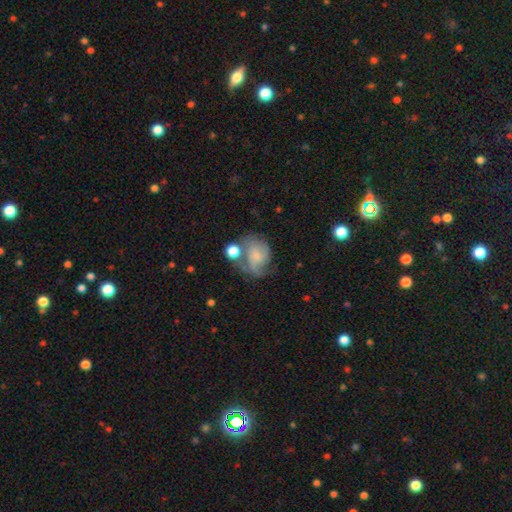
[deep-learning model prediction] This is likely a featured or disk galaxy (60%). It is clearly not viewed edge-on (98%). Bar: likely no (68%). Spiral arm pattern: clearly yes (87%). Spiral arm count: marginally 2 (42%). Spiral winding: marginally medium (43%). Central bulge: possibly small (58%). Merging: marginally none (41%).